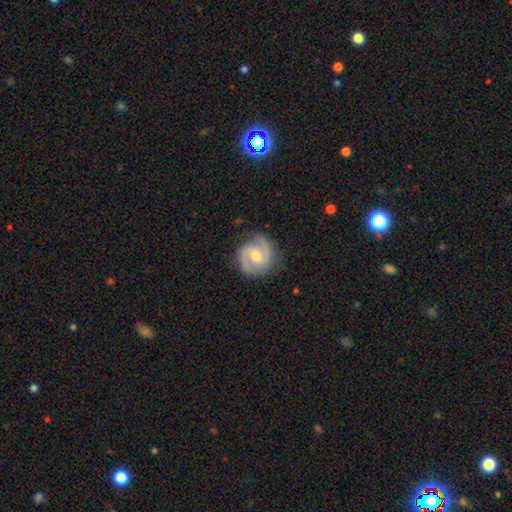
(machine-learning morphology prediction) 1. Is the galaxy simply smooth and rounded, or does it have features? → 87% featured or disk, 9% smooth, 5% star or artifact.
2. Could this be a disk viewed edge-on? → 98% no, 2% yes.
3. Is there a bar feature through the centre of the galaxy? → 52% no, 40% weak, 8% strong.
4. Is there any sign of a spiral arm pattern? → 97% yes, 3% no.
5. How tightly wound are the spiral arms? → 50% medium, 40% tight, 10% loose.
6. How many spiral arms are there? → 89% 2, 4% 3, 4% can't tell, 2% 1, 1% 4, 1% more than 4.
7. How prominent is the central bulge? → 62% moderate, 34% small, 2% large, 1% none, 1% dominant.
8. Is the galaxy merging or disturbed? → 81% none, 14% minor disturbance, 4% major disturbance, 1% merger.